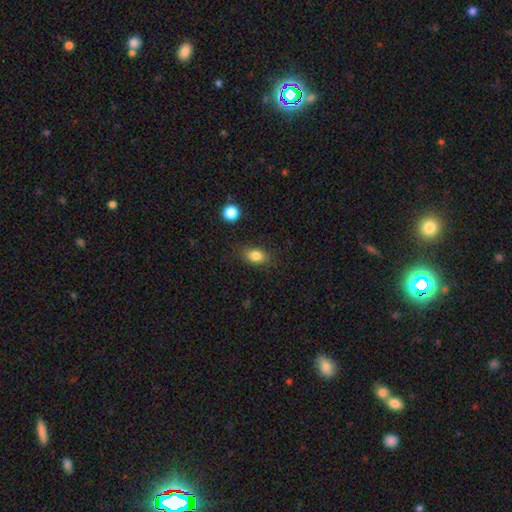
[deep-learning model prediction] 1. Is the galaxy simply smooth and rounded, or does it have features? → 83% smooth, 10% star or artifact, 7% featured or disk.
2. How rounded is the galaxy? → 77% in between, 20% round, 2% cigar-shaped.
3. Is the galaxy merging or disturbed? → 82% none, 13% minor disturbance, 4% major disturbance, 2% merger.